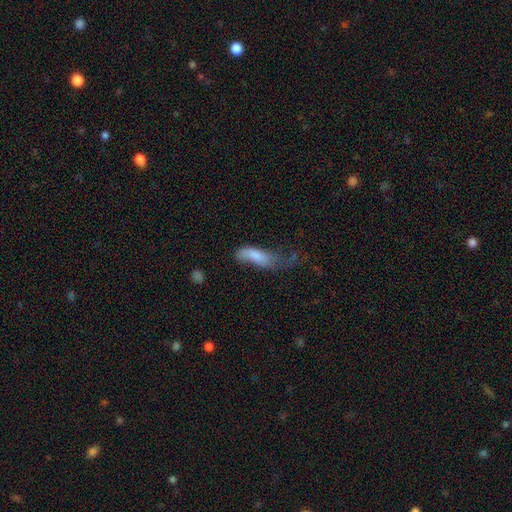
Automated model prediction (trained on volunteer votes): Morphology: type=smooth (73%); roundness=in between (63%); merging=major disturbance (45%).